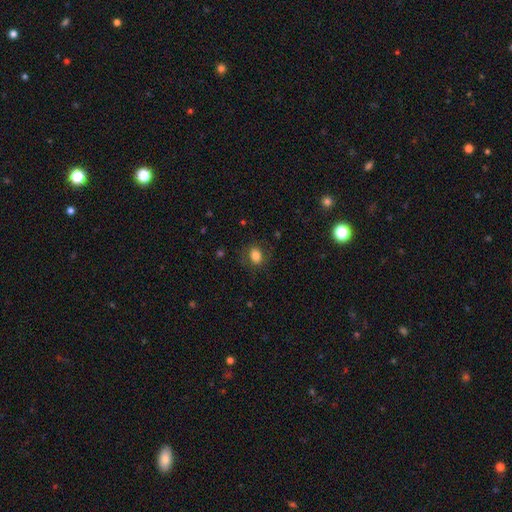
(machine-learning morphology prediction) Q: Smooth or featured?
A: smooth (80%); runner-up: featured or disk (10%)
Q: How rounded?
A: in between (61%); runner-up: round (38%)
Q: Merging?
A: none (77%); runner-up: minor disturbance (15%)